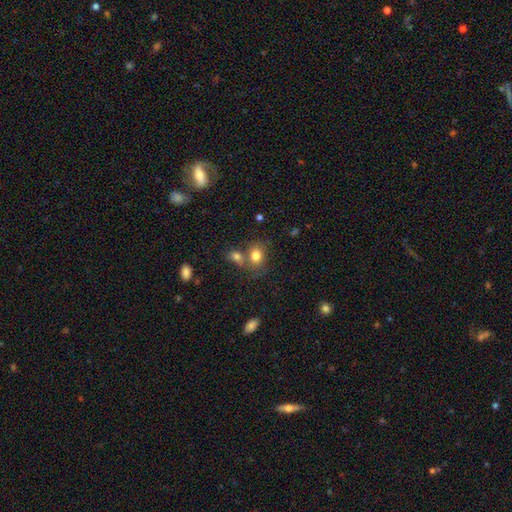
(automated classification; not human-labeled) smooth_or_featured: smooth (p=0.80) [alt: star or artifact p=0.11]
how_rounded: round (p=0.50) [alt: in between p=0.49]
merging: none (p=0.51) [alt: merger p=0.33]